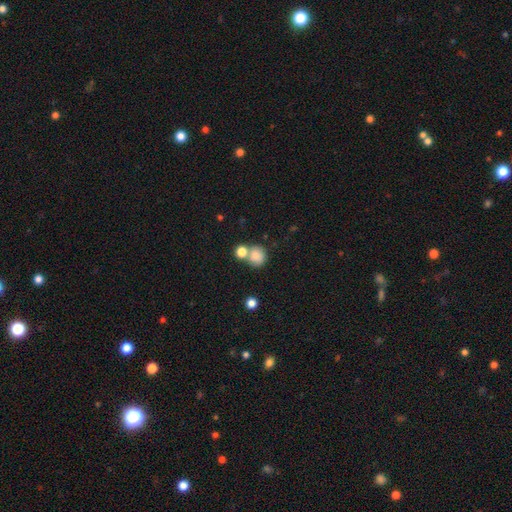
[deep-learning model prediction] Q: Smooth or featured?
A: smooth (82%); runner-up: star or artifact (10%)
Q: How rounded?
A: round (84%); runner-up: in between (15%)
Q: Merging?
A: none (53%); runner-up: merger (33%)